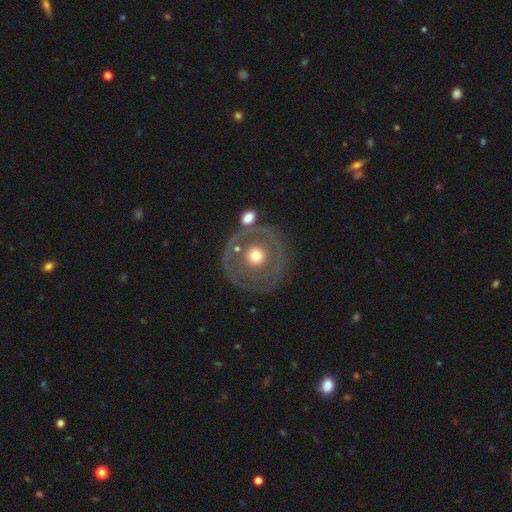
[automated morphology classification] Smooth or featured?
  - featured or disk: 53% *
  - smooth: 41%
  - star or artifact: 6%
Edge-on disk?
  - no: 95% *
  - yes: 5%
Merging?
  - none: 70% *
  - minor disturbance: 13%
  - major disturbance: 9%
  - merger: 8%